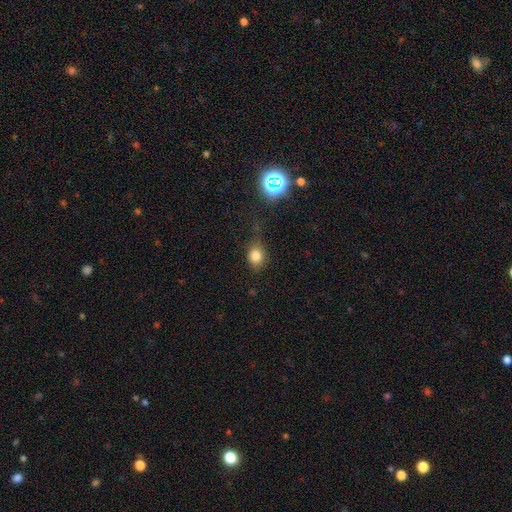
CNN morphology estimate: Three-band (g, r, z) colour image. It shows a smooth galaxy with no disk features (78%) that is round (58%). Merging: none (60%).